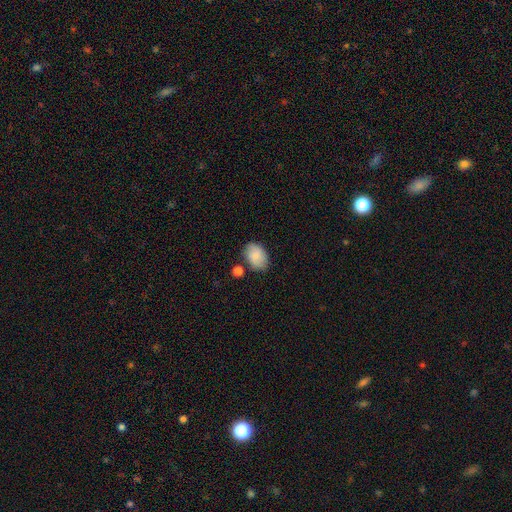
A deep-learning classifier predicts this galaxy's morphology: Smooth or featured? smooth (83%)
How rounded? in between (80%)
Merging? none (72%)